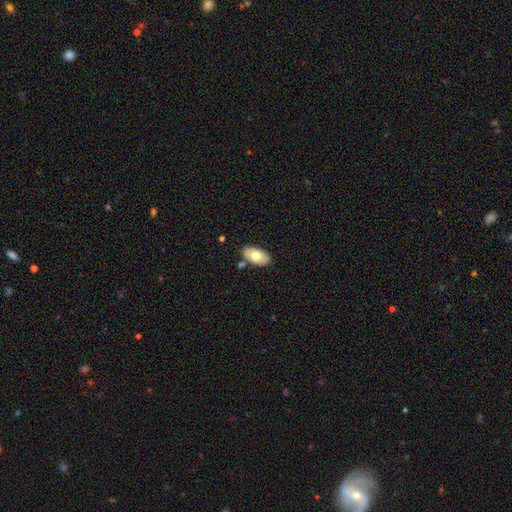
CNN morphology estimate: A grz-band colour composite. It shows a smooth galaxy with no disk features (68%) that is in between round and cigar-shaped (95%). Merging: none (81%).